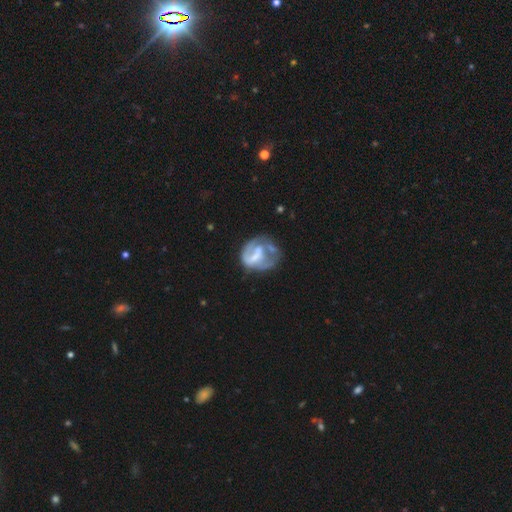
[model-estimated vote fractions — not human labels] featured or disk 64%, smooth 28%, star or artifact 8%. Down the decision tree: edge-on disk — no (98%); bar — no (43%); spiral arms — no (53%); bulge size — none (38%); merging — none (35%).